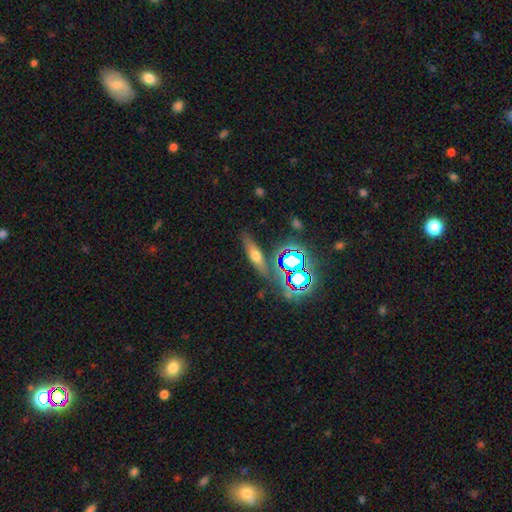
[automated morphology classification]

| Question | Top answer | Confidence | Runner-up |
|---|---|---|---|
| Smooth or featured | smooth | 45% | featured or disk (33%) |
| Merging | none | 81% | minor disturbance (11%) |